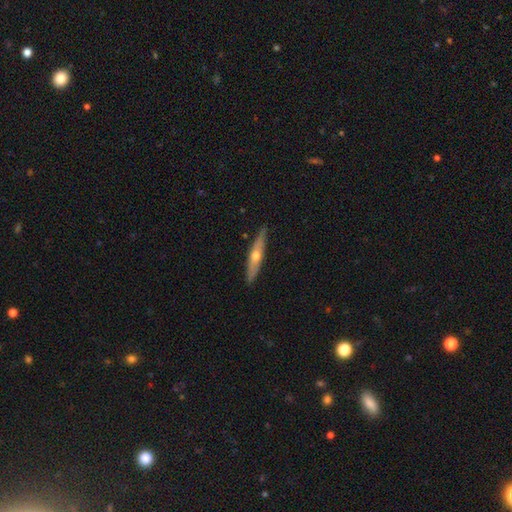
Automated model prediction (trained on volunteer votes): Smooth or featured? Predicted: featured or disk (p=0.60). Edge-on disk? Predicted: yes (p=0.92). Edge-on bulge? Predicted: rounded (p=0.90). Merging? Predicted: none (p=0.88).